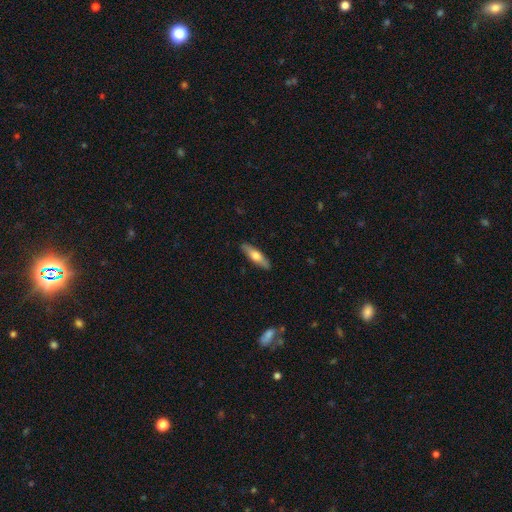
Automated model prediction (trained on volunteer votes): Smooth or featured?
  - smooth: 58% *
  - featured or disk: 36%
  - star or artifact: 5%
How rounded?
  - cigar-shaped: 64% *
  - in between: 34%
  - round: 2%
Merging?
  - none: 88% *
  - minor disturbance: 9%
  - major disturbance: 2%
  - merger: 1%